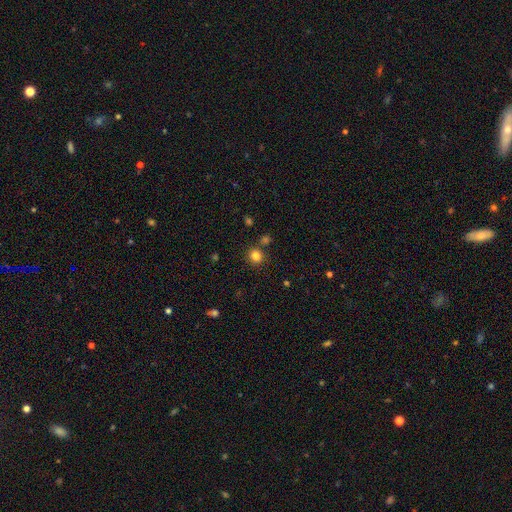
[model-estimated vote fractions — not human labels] A smooth galaxy with no disk features (82%) that is round (87%).

Vote fractions:
- Smooth or featured? smooth: 82% / star or artifact: 13% / featured or disk: 5%
- How rounded? round: 87% / in between: 12% / cigar-shaped: 1%
- Merging? none: 82% / minor disturbance: 8% / merger: 7% / major disturbance: 3%